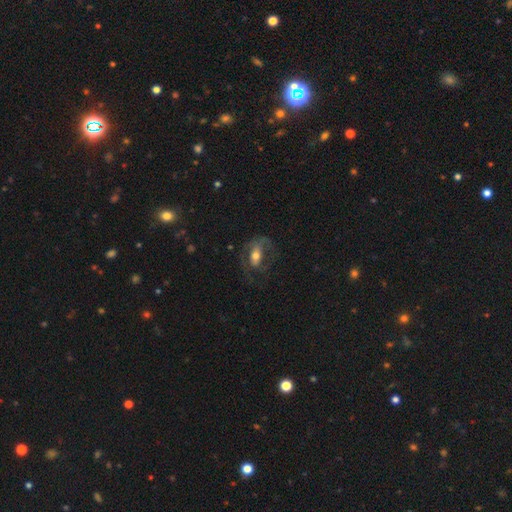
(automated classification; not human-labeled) This is possibly a featured or disk galaxy (56%). It is clearly not viewed edge-on (91%). Bar: marginally no (42%). Spiral arm pattern: possibly yes (54%). Central bulge: likely moderate (64%). Merging: possibly none (46%).